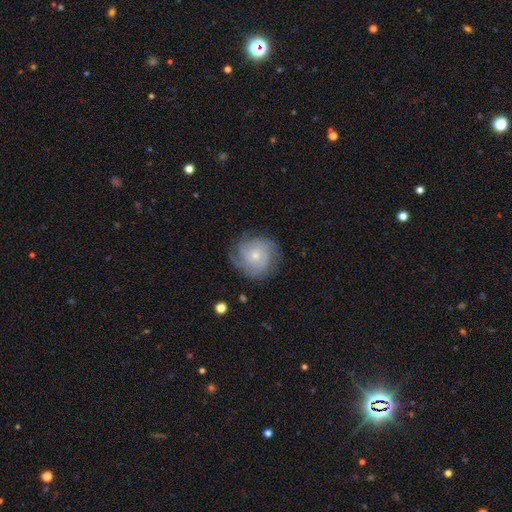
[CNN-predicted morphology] Q: Smooth or featured?
A: featured or disk (75%); runner-up: smooth (18%)
Q: Edge-on disk?
A: no (98%); runner-up: yes (2%)
Q: Bar?
A: no (76%); runner-up: weak (21%)
Q: Spiral arms?
A: yes (94%); runner-up: no (6%)
Q: Spiral winding?
A: tight (64%); runner-up: medium (28%)
Q: Spiral arm count?
A: can't tell (30%); runner-up: 3 (26%)
Q: Bulge size?
A: small (60%); runner-up: moderate (36%)
Q: Merging?
A: none (75%); runner-up: minor disturbance (17%)